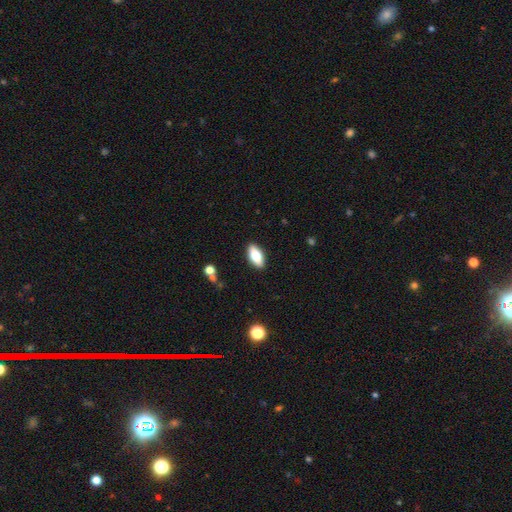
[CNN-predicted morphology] The model was most divided on "smooth or featured": smooth: 73%, featured or disk: 20%, star or artifact: 7%. More confident: merging — none (89%); how rounded — in between (85%).